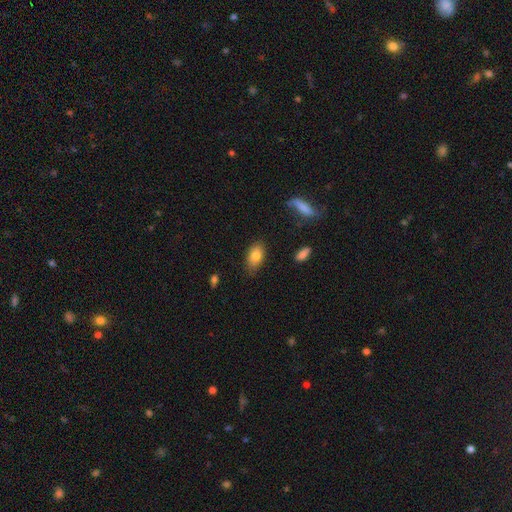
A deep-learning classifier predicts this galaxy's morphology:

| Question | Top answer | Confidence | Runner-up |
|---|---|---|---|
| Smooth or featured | smooth | 81% | featured or disk (11%) |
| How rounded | in between | 89% | round (7%) |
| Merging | none | 74% | minor disturbance (20%) |